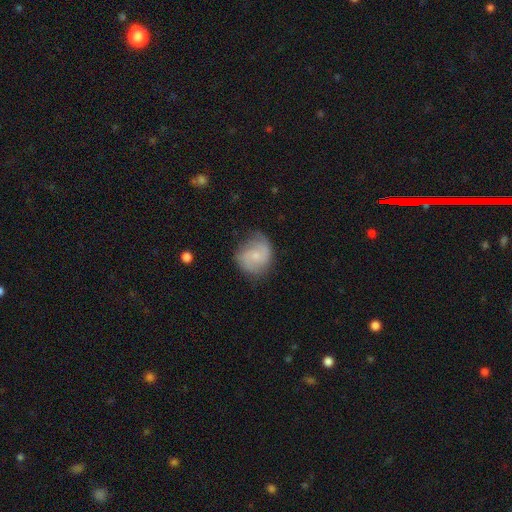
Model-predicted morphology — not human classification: smooth_or_featured: featured or disk (p=0.54) [alt: smooth p=0.39]
disk_edge_on: no (p=0.97) [alt: yes p=0.03]
bar: no (p=0.68) [alt: weak p=0.27]
has_spiral_arms: yes (p=0.85) [alt: no p=0.15]
bulge_size: small (p=0.67) [alt: moderate p=0.26]
merging: none (p=0.61) [alt: minor disturbance p=0.27]